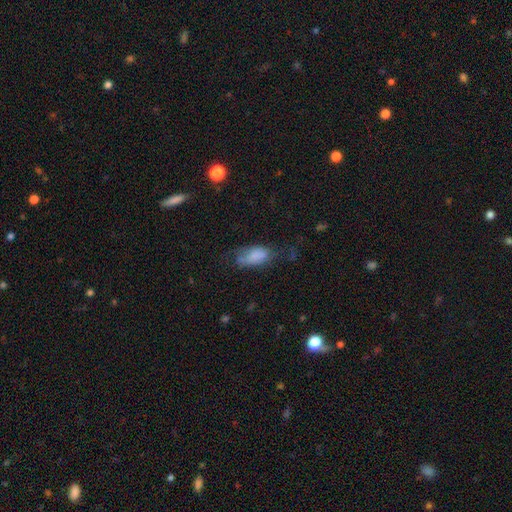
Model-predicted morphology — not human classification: Smooth or featured? smooth (72%)
How rounded? in between (89%)
Merging? none (38%)